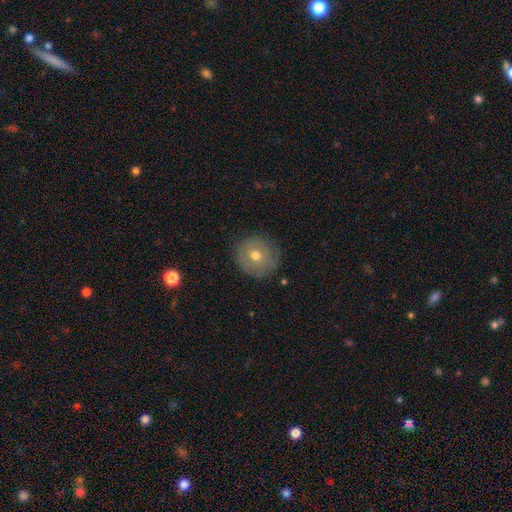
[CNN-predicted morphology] Overall: smooth (63%; featured or disk 27%). How rounded: round (93%). Merging: none (83%).